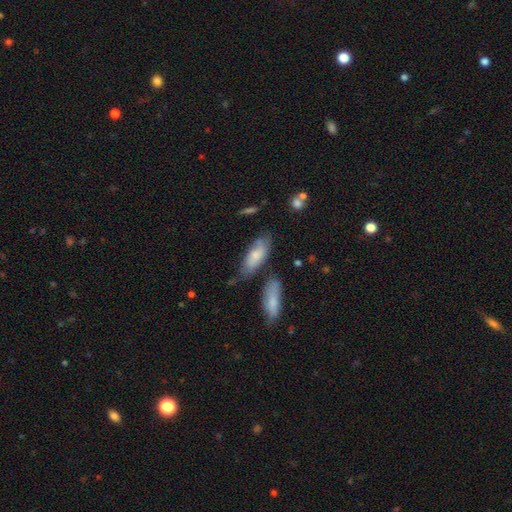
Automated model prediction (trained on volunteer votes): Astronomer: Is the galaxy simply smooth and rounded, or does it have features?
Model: smooth — 68%.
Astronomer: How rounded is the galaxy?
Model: in between — 73%.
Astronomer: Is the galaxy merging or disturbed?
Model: none — 56%.